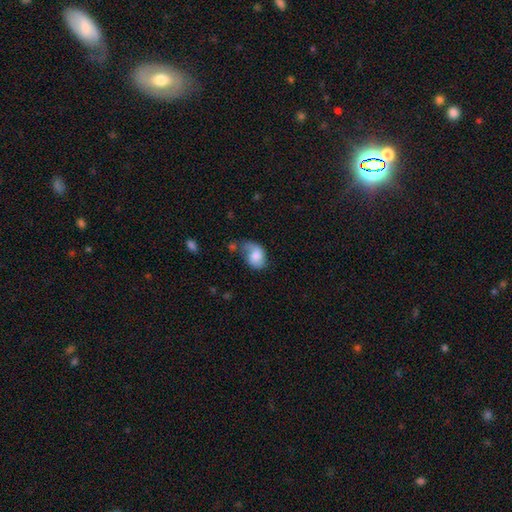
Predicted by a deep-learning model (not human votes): Smooth or featured? Predicted: smooth (p=0.66). How rounded? Predicted: in between (p=0.75). Merging? Predicted: none (p=0.36).